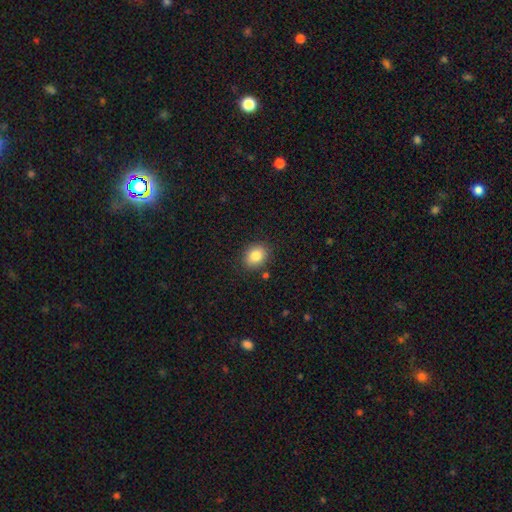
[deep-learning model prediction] Smooth or featured? Predicted: smooth (p=0.84). How rounded? Predicted: in between (p=0.52). Merging? Predicted: none (p=0.85).